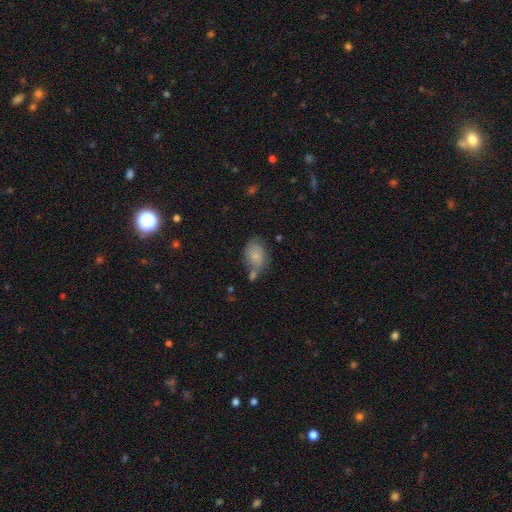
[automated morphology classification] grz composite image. It shows a smooth galaxy with no disk features (81%) that is in between round and cigar-shaped (79%). Merging: none (55%).